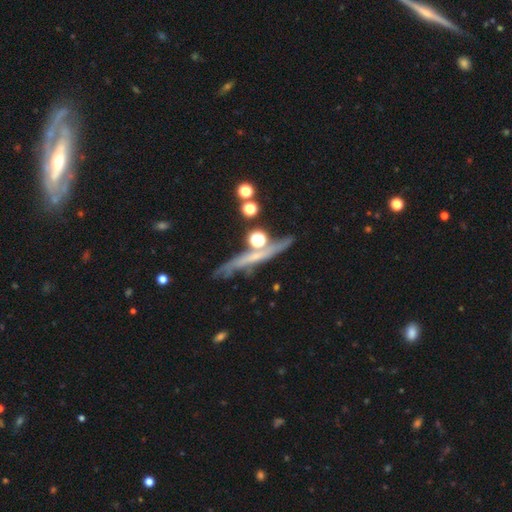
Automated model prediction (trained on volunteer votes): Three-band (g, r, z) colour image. It shows a featured or disk galaxy (59%) viewed edge-on (78%). Merging: none (61%).